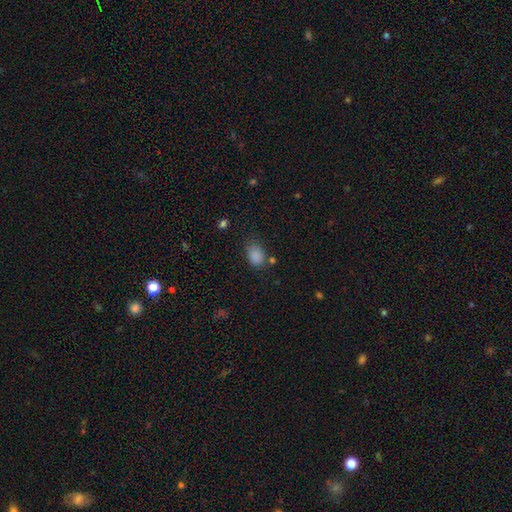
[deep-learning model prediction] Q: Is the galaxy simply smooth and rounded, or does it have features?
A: smooth — 85%.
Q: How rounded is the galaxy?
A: in between — 70%.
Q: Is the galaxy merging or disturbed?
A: none — 65%.